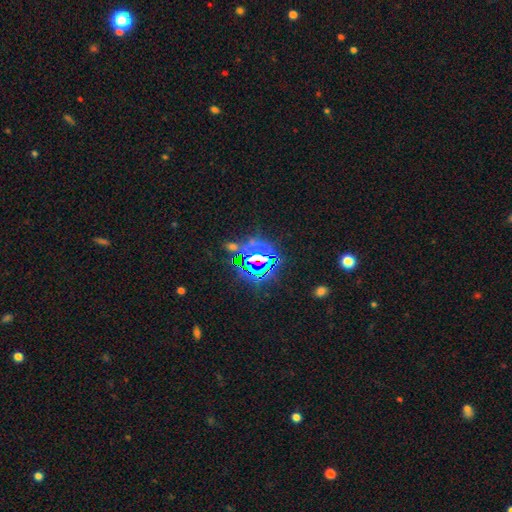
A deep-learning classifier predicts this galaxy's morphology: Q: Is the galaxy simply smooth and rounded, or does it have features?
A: star or artifact — 78%.